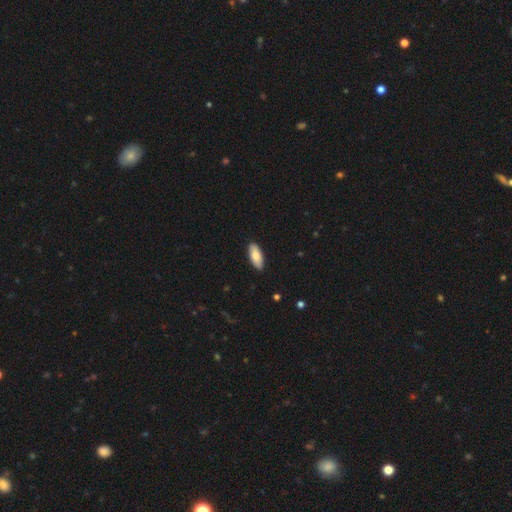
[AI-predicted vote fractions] smooth_or_featured: smooth (p=0.82) [alt: featured or disk p=0.13]
how_rounded: in between (p=0.81) [alt: cigar-shaped p=0.17]
merging: none (p=0.89) [alt: minor disturbance p=0.08]